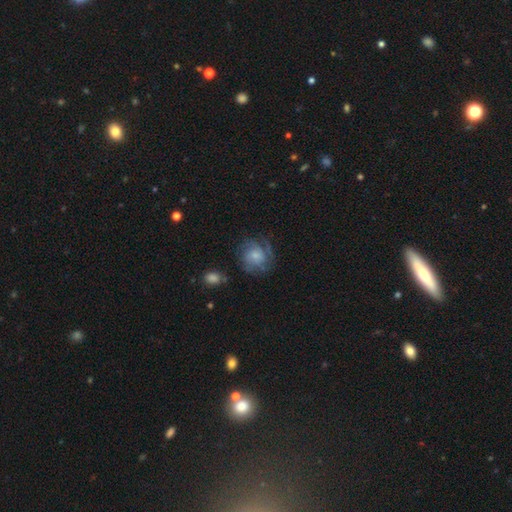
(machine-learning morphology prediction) A featured or disk galaxy (58%) with no bar (74%), spiral arms (86%) and a small central bulge (43%).

Vote fractions:
- Smooth or featured? featured or disk: 58% / smooth: 34% / star or artifact: 8%
- Edge-on disk? no: 98% / yes: 2%
- Bar? no: 74% / weak: 23% / strong: 3%
- Spiral arms? yes: 86% / no: 14%
- Bulge size? small: 43% / moderate: 34% / none: 11% / large: 11% / dominant: 2%
- Merging? none: 66% / minor disturbance: 20% / major disturbance: 12% / merger: 2%